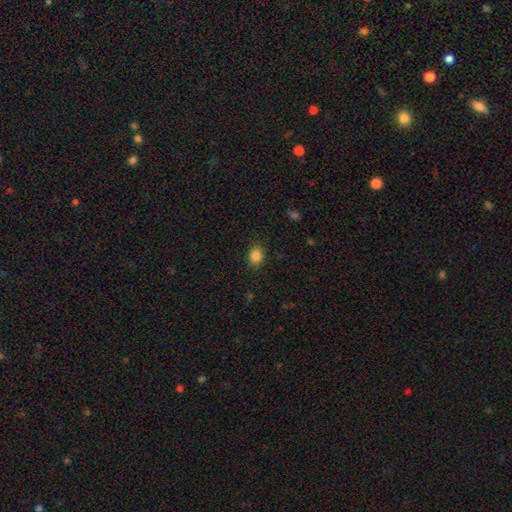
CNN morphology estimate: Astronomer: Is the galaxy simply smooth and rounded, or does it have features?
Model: smooth — 86%.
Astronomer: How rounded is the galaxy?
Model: in between — 55% (runner-up: round, 44%).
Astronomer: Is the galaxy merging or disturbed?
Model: none — 86%.